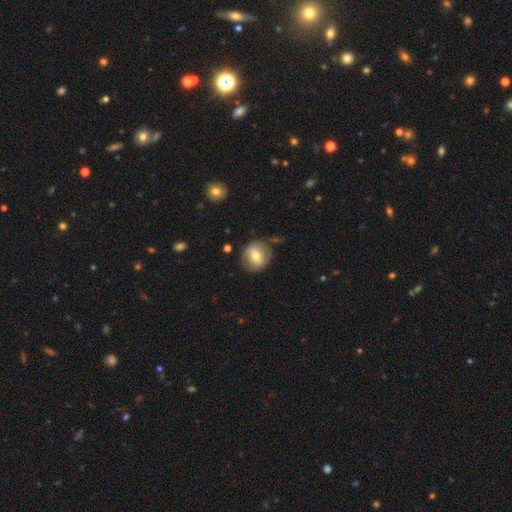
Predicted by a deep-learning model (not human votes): A smooth galaxy with no disk features (58%) that is round (82%).

Vote fractions:
- Smooth or featured? smooth: 58% / featured or disk: 34% / star or artifact: 8%
- How rounded? round: 82% / in between: 17% / cigar-shaped: 1%
- Merging? none: 71% / minor disturbance: 19% / major disturbance: 7% / merger: 3%